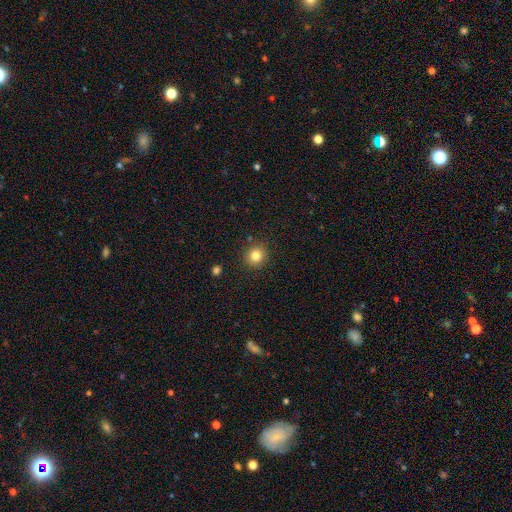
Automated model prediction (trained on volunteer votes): Smooth or featured? smooth (83%)
How rounded? round (91%)
Merging? none (89%)